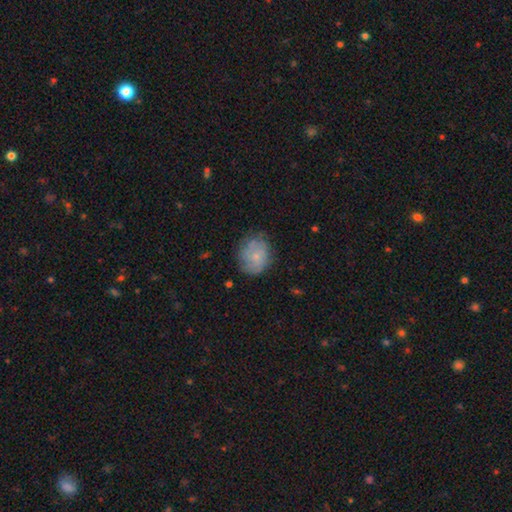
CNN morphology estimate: A smooth galaxy with no disk features (62%) that is round (71%).

Vote fractions:
- Smooth or featured? smooth: 62% / featured or disk: 29% / star or artifact: 8%
- How rounded? round: 71% / in between: 28% / cigar-shaped: 1%
- Merging? none: 66% / minor disturbance: 24% / major disturbance: 8% / merger: 2%